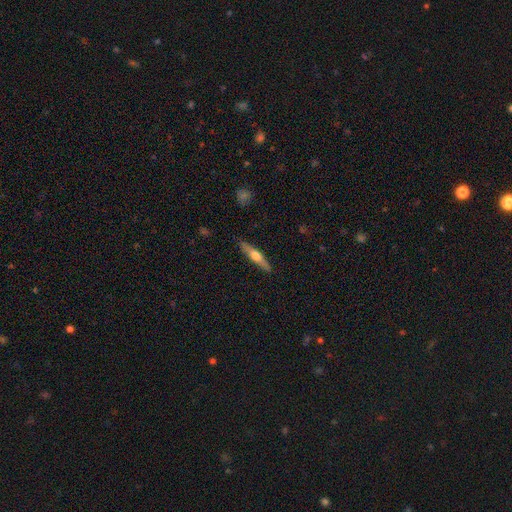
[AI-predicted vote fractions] Smooth or featured? featured or disk (59%)
Edge-on disk? yes (96%)
Edge-on bulge? rounded (92%)
Merging? none (89%)